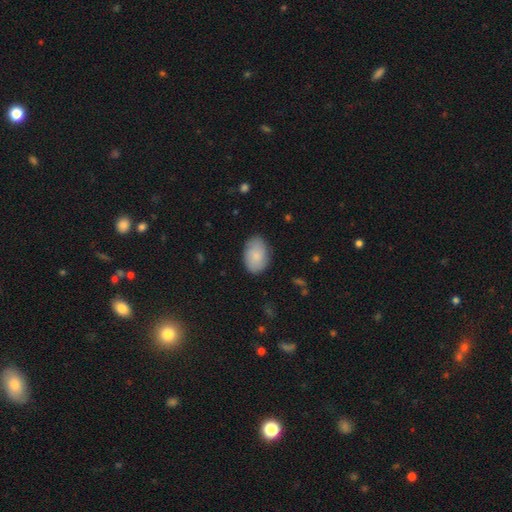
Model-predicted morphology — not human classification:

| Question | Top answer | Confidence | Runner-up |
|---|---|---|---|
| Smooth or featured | smooth | 80% | featured or disk (13%) |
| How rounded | in between | 87% | round (12%) |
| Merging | none | 82% | minor disturbance (14%) |